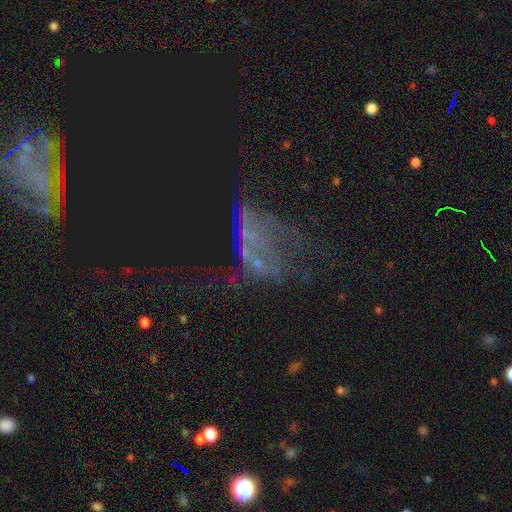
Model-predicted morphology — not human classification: Smooth or featured? Predicted: featured or disk (p=0.43). Merging? Predicted: major disturbance (p=0.40).